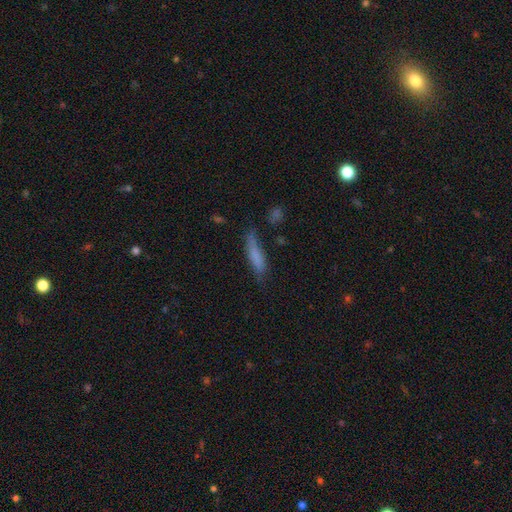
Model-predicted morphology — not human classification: smooth 71%, featured or disk 20%, star or artifact 9%. Down the decision tree: how rounded — cigar-shaped (77%); merging — none (60%).